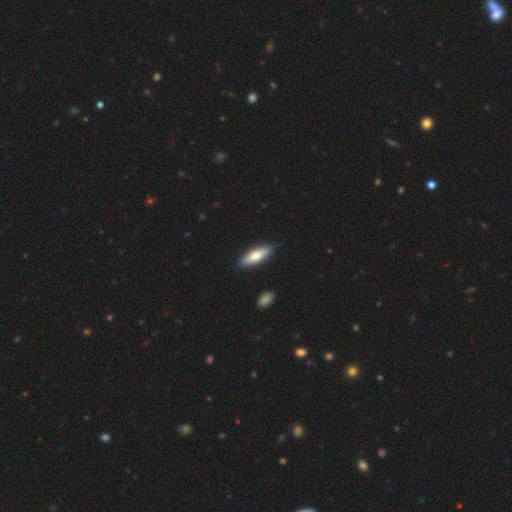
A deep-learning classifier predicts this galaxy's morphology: Q: Smooth or featured?
A: smooth (69%); runner-up: featured or disk (26%)
Q: How rounded?
A: in between (50%); runner-up: cigar-shaped (49%)
Q: Merging?
A: none (87%); runner-up: minor disturbance (9%)